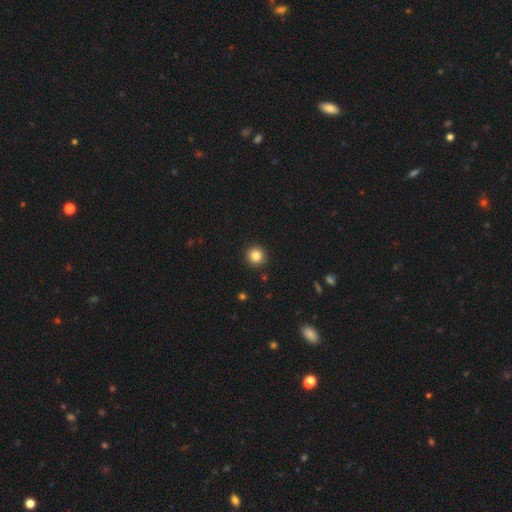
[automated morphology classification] This is clearly a smooth galaxy (84%). How rounded: clearly round (95%). Merging: clearly none (93%).